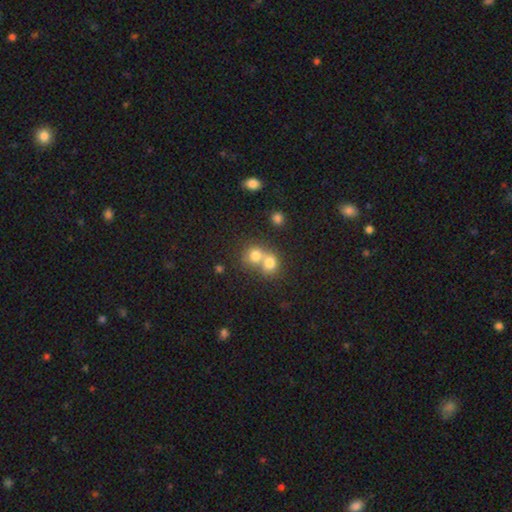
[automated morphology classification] Overall: smooth (75%). How rounded: round (76%). Merging: merger (63%; none 30%).